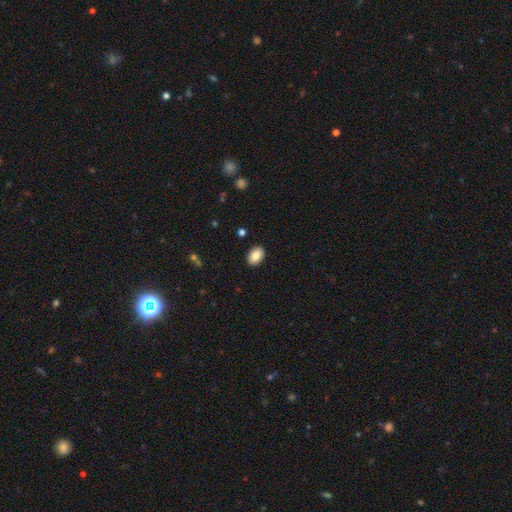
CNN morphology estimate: Q: Smooth or featured?
A: smooth (85%); runner-up: featured or disk (8%)
Q: How rounded?
A: in between (83%); runner-up: round (16%)
Q: Merging?
A: none (90%); runner-up: minor disturbance (7%)